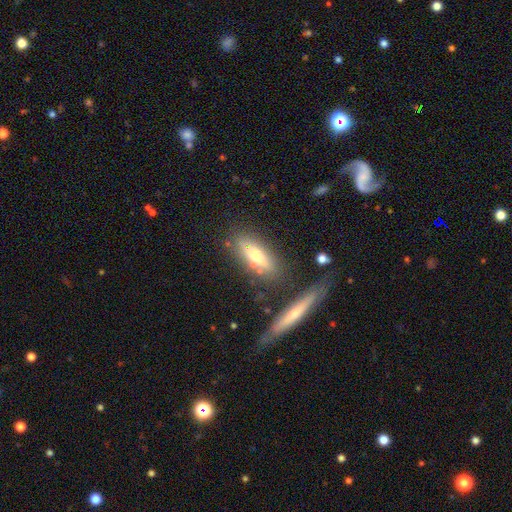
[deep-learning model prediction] Smooth or featured: smooth — 52% (featured or disk — 39%)
How rounded: cigar-shaped — 52% (in between — 45%)
Merging: none — 72% (minor disturbance — 15%)